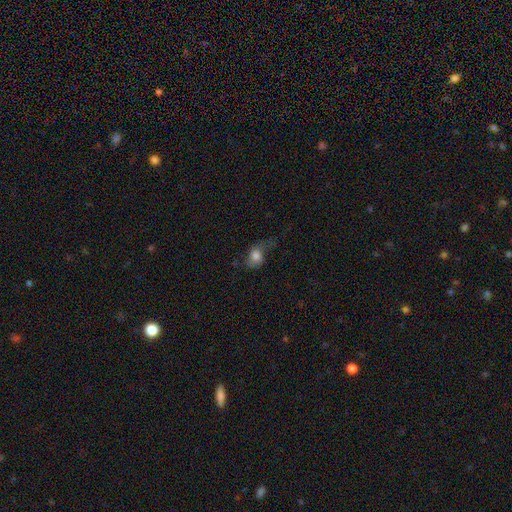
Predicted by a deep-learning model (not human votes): A smooth galaxy with no disk features (71%) that is in between round and cigar-shaped (59%).

Vote fractions:
- Smooth or featured? smooth: 71% / featured or disk: 19% / star or artifact: 10%
- How rounded? in between: 59% / round: 38% / cigar-shaped: 3%
- Merging? none: 35% / major disturbance: 33% / minor disturbance: 29% / merger: 3%